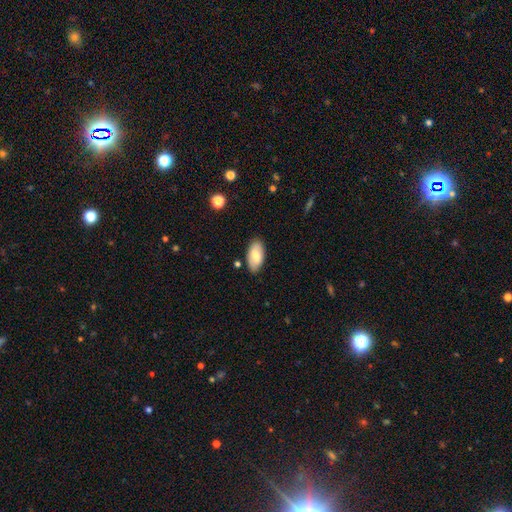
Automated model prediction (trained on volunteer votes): Q: Smooth or featured?
A: smooth (76%); runner-up: featured or disk (18%)
Q: How rounded?
A: in between (94%); runner-up: cigar-shaped (4%)
Q: Merging?
A: none (84%); runner-up: minor disturbance (12%)